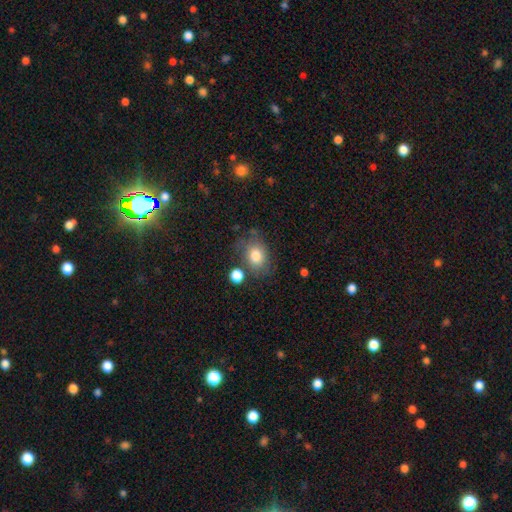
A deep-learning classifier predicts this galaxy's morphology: This appears to be a smooth galaxy with no disk features (78%) that is in between round and cigar-shaped (54%). Merging: none (66%).